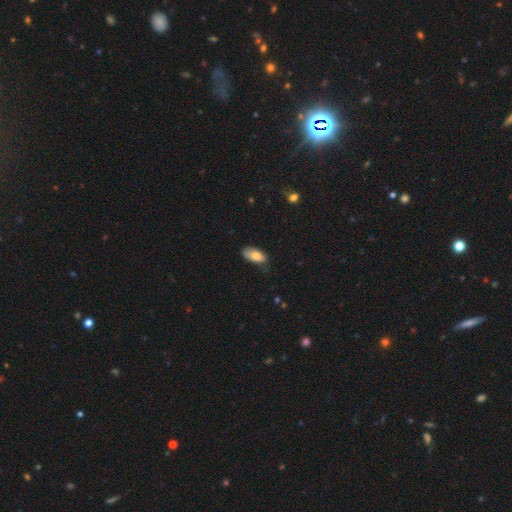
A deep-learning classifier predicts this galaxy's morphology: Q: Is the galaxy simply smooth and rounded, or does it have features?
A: smooth — 78%.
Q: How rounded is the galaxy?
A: in between — 92%.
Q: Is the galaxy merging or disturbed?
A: none — 60%.